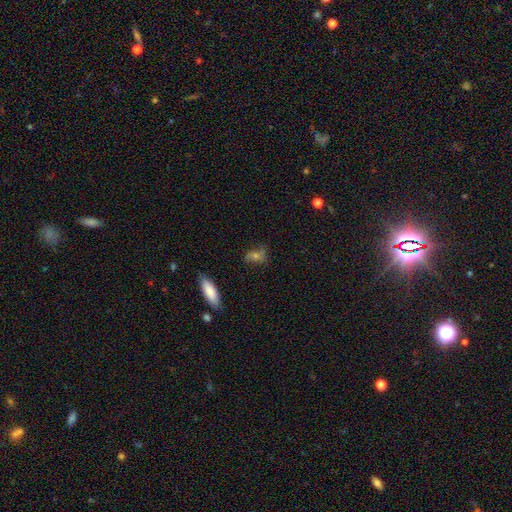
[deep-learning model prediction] Smooth or featured?
  - smooth: 48% *
  - featured or disk: 32%
  - star or artifact: 20%
Merging?
  - none: 63% *
  - minor disturbance: 22%
  - major disturbance: 10%
  - merger: 4%